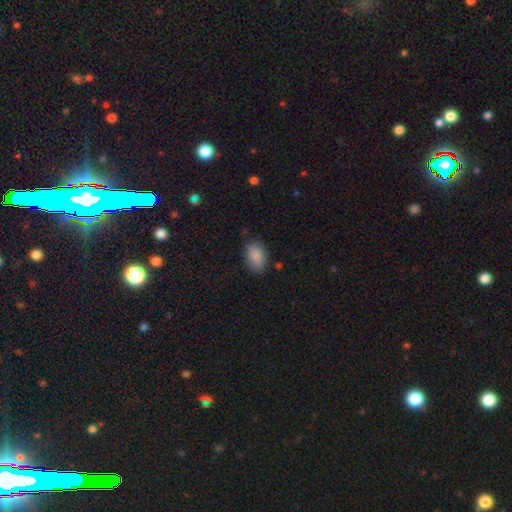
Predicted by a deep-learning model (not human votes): smooth-or-featured: smooth: 89% | star or artifact: 7% | featured or disk: 4%
  how-rounded: in between: 90% | round: 9% | cigar-shaped: 1%
  merging: none: 80% | minor disturbance: 15% | major disturbance: 3% | merger: 1%